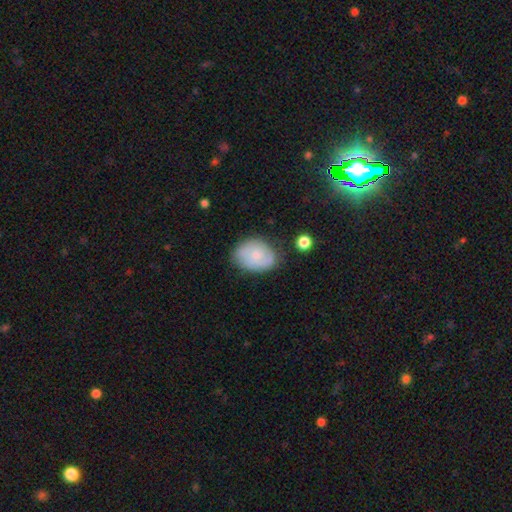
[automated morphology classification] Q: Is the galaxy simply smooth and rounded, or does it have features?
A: smooth — 55%.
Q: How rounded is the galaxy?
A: in between — 65%.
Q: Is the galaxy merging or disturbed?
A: none — 65%.